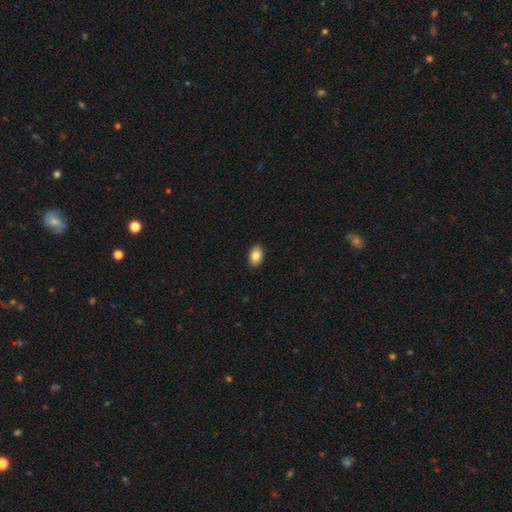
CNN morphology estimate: This appears to be a smooth galaxy with no disk features (85%) that is in between round and cigar-shaped (87%). Merging: none (90%).